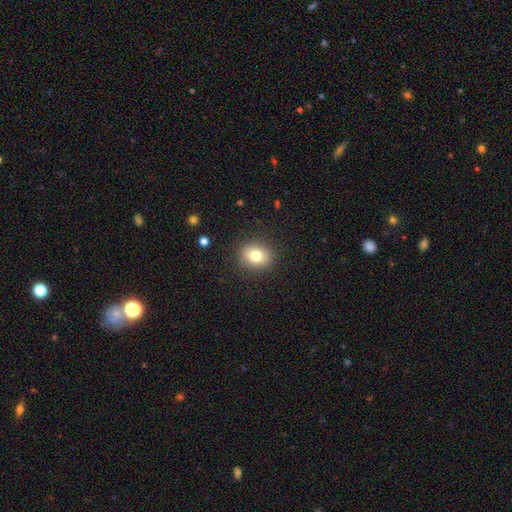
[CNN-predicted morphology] The model was most divided on "how rounded": round: 66%, in between: 33%, cigar-shaped: 1%. More confident: merging — none (89%); smooth or featured — smooth (78%).